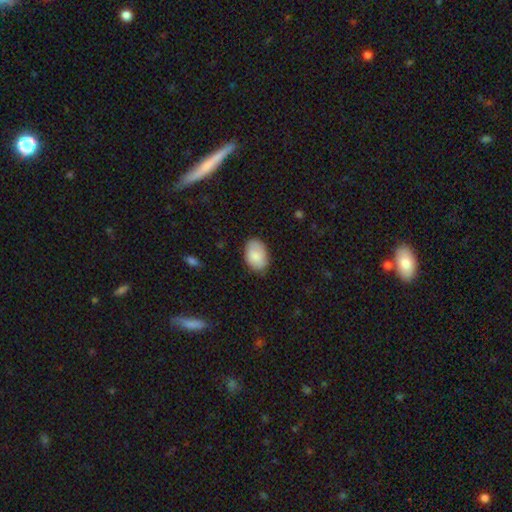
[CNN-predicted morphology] Smooth or featured? smooth (86%)
How rounded? in between (87%)
Merging? none (77%)